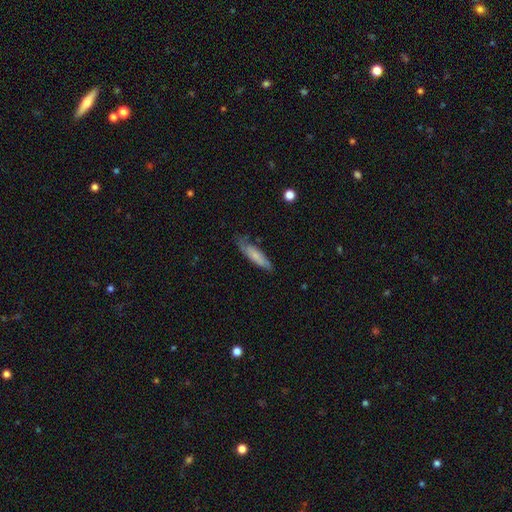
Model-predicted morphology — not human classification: Smooth or featured? smooth (67%)
How rounded? cigar-shaped (72%)
Merging? none (69%)